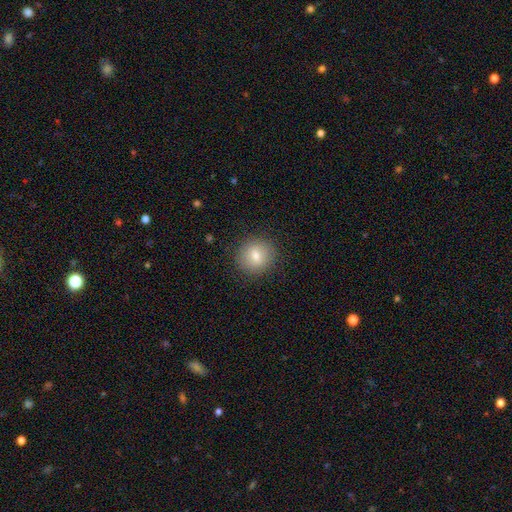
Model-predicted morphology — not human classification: smooth-or-featured: smooth: 77% | featured or disk: 13% | star or artifact: 10%
  how-rounded: round: 85% | in between: 14% | cigar-shaped: 1%
  merging: none: 87% | minor disturbance: 9% | major disturbance: 3% | merger: 1%